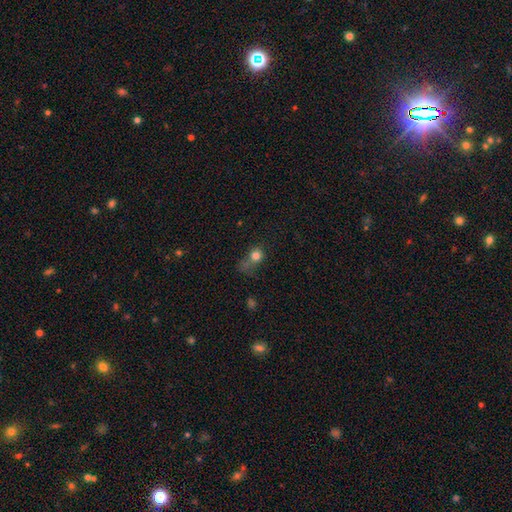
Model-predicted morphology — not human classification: This appears to be a smooth galaxy with no disk features (75%) that is round (78%). Merging: none (35%).